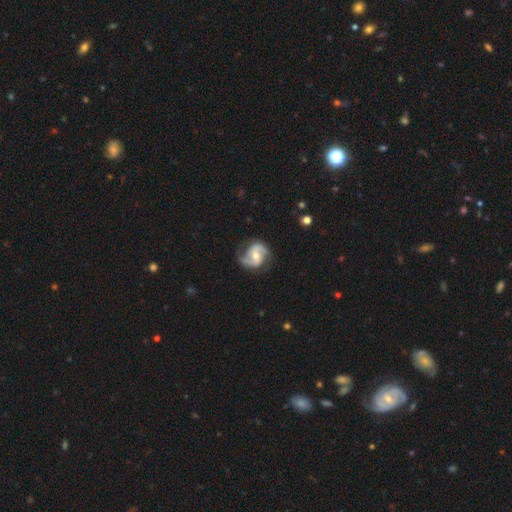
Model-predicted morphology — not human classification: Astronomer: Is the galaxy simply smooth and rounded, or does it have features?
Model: featured or disk — 83%.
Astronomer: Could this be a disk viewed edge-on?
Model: no — 98%.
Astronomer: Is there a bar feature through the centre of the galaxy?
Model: no — 46% (runner-up: weak, 39%).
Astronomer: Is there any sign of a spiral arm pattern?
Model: yes — 95%.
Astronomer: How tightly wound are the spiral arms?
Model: medium — 50% (runner-up: loose, 27%).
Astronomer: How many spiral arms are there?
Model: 2 — 90%.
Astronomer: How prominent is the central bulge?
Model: moderate — 67%.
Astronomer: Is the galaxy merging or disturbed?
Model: none — 74%.